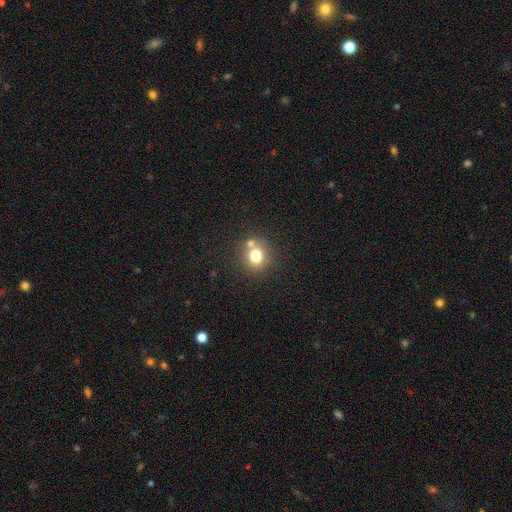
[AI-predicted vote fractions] This appears to be a smooth galaxy with no disk features (75%) that is round (81%). Merging: none (66%).